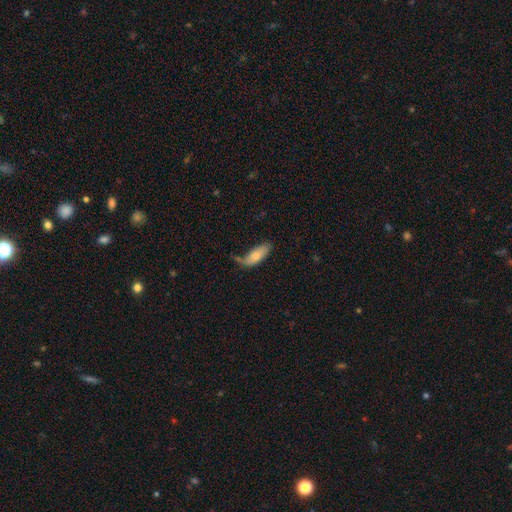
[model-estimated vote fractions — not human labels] Q: Smooth or featured?
A: smooth (74%); runner-up: featured or disk (20%)
Q: How rounded?
A: in between (77%); runner-up: cigar-shaped (21%)
Q: Merging?
A: none (40%); runner-up: minor disturbance (32%)